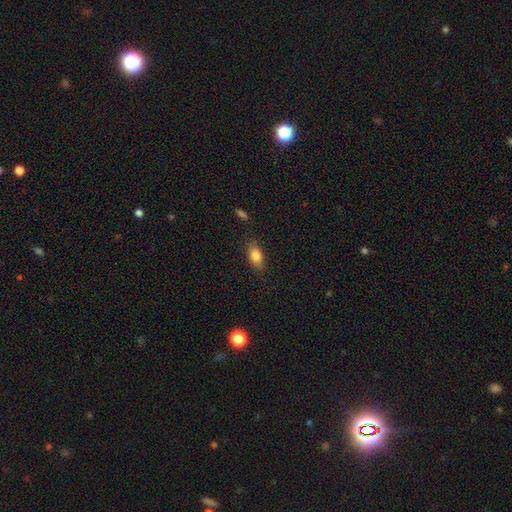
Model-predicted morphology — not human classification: This appears to be a smooth galaxy with no disk features (82%) that is in between round and cigar-shaped (83%). Merging: none (80%).